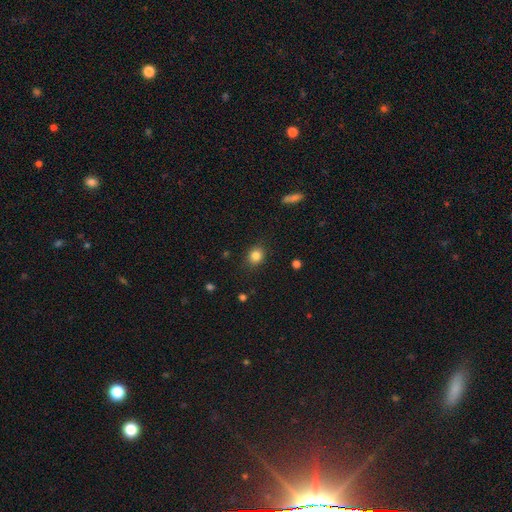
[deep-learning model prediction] smooth-or-featured: smooth: 84% | star or artifact: 11% | featured or disk: 5%
  how-rounded: round: 72% | in between: 27% | cigar-shaped: 1%
  merging: none: 87% | minor disturbance: 9% | major disturbance: 3% | merger: 1%